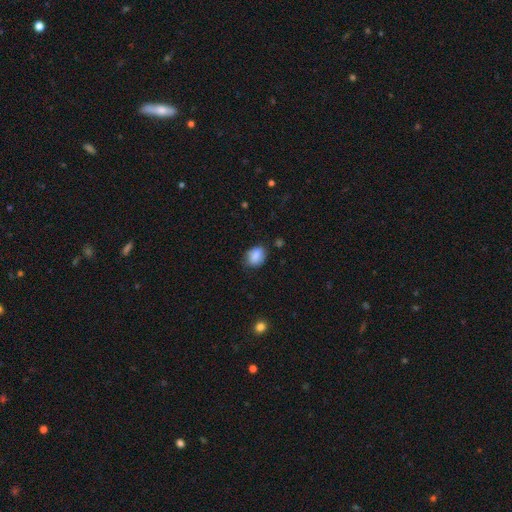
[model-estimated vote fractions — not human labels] The model was most divided on "how rounded": in between: 68%, round: 31%, cigar-shaped: 1%. More confident: smooth or featured — smooth (85%); merging — none (69%).